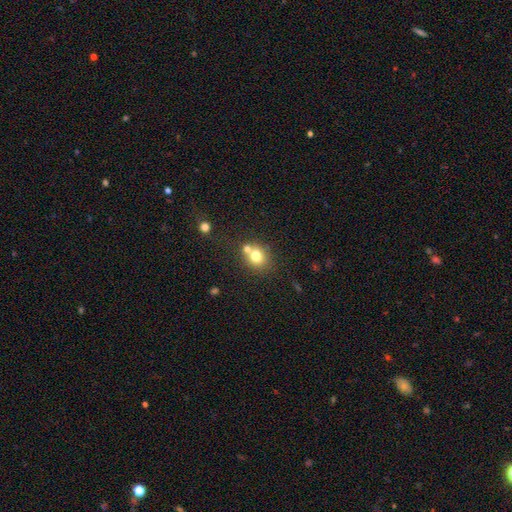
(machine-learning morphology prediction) Smooth or featured? Predicted: smooth (p=0.74). How rounded? Predicted: round (p=0.74). Merging? Predicted: none (p=0.56).